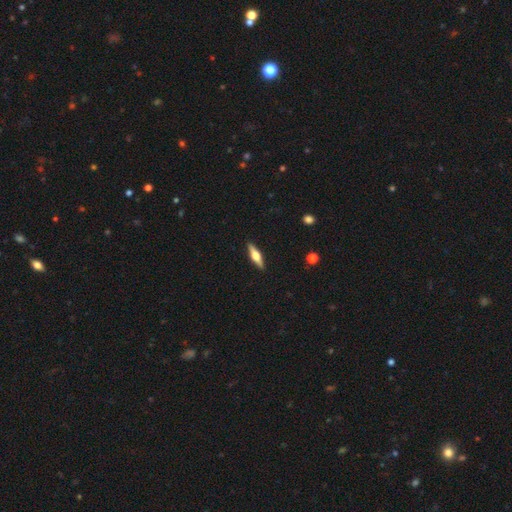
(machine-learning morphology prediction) Overall: featured or disk (59%; smooth 35%). Edge-on disk: yes (96%). Edge-on bulge: rounded (93%). Merging: none (91%).